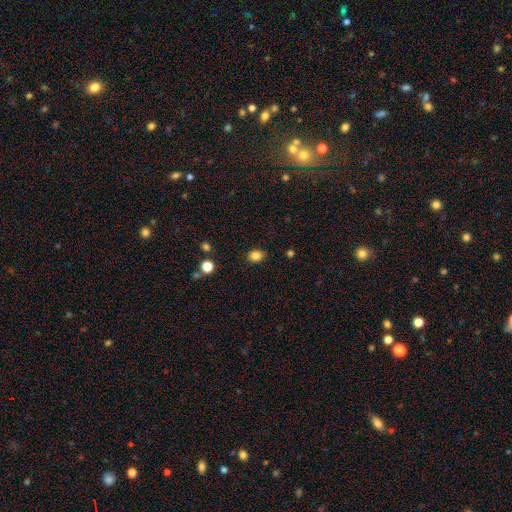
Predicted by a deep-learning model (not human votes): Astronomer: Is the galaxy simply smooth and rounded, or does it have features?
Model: smooth — 84%.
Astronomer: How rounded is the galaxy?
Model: in between — 59% (runner-up: round, 40%).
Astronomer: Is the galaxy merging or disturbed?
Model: none — 86%.